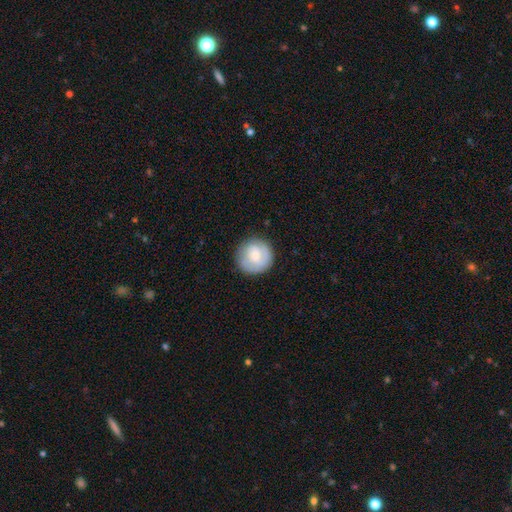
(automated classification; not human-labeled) A smooth galaxy with no disk features (58%) that is round (93%). Merging: none (82%).